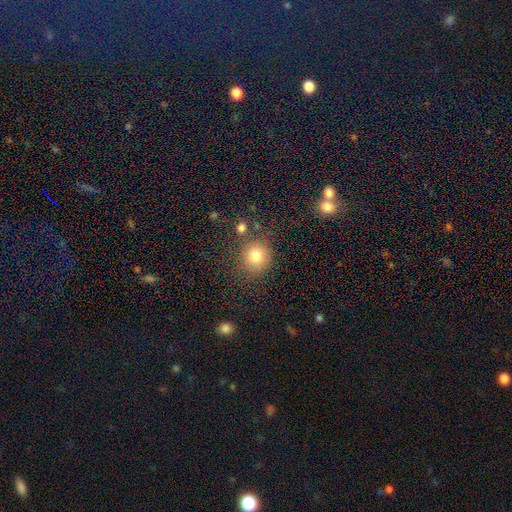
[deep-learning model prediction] smooth-or-featured: smooth: 80% | star or artifact: 12% | featured or disk: 7%
  how-rounded: round: 86% | in between: 13% | cigar-shaped: 1%
  merging: none: 78% | minor disturbance: 11% | merger: 6% | major disturbance: 5%